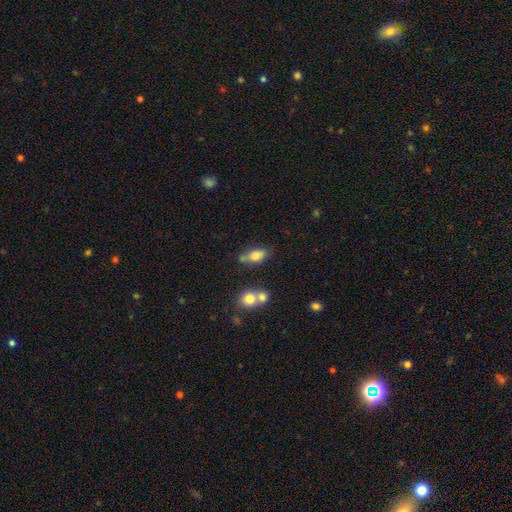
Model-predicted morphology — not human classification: A smooth galaxy with no disk features (79%) that is in between round and cigar-shaped (82%). Merging: none (50%).